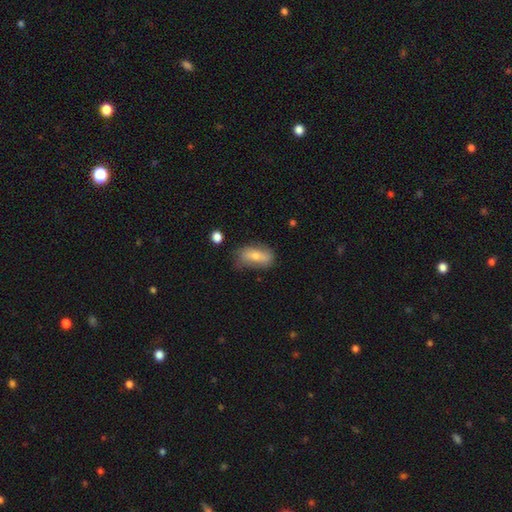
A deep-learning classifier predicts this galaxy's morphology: Overall: smooth (63%; featured or disk 28%). How rounded: in between (81%). Merging: none (61%; minor disturbance 28%).